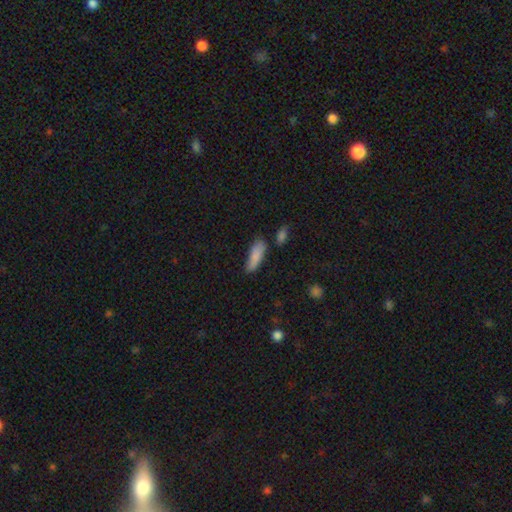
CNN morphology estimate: Smooth or featured: smooth — 85% (featured or disk — 8%)
How rounded: in between — 49% (tied with cigar-shaped — 49%)
Merging: none — 68% (minor disturbance — 21%)